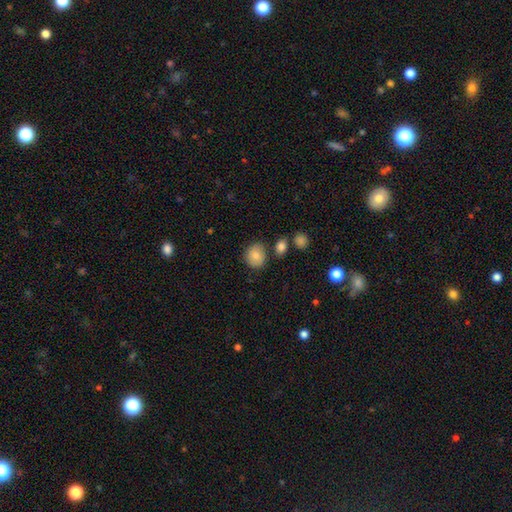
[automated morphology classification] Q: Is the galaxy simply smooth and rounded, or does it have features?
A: smooth — 82%.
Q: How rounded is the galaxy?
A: round — 76%.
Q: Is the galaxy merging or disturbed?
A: none — 78%.